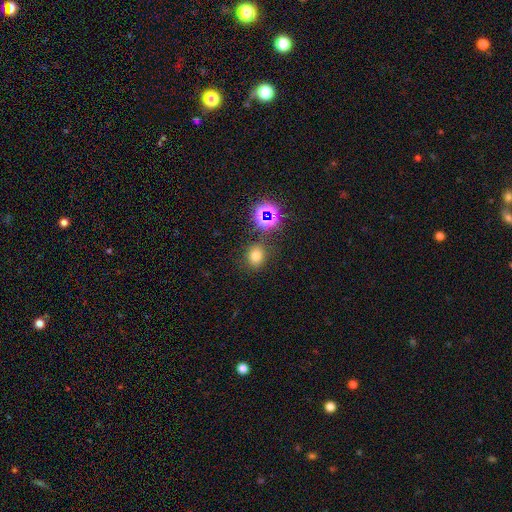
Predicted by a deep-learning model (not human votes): Smooth or featured: smooth — 68% (star or artifact — 25%)
How rounded: round — 59% (in between — 40%)
Merging: none — 80% (minor disturbance — 11%)